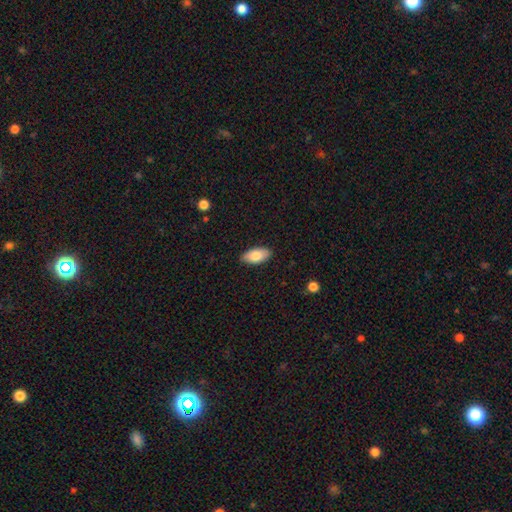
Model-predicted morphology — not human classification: This is clearly a smooth galaxy (82%). How rounded: clearly in between (93%). Merging: clearly none (88%).